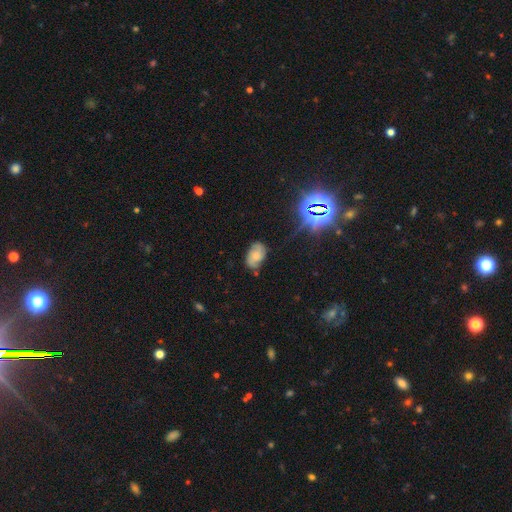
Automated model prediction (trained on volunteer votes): smooth-or-featured: smooth: 48% | featured or disk: 38% | star or artifact: 14%
  merging: none: 64% | minor disturbance: 26% | major disturbance: 7% | merger: 3%